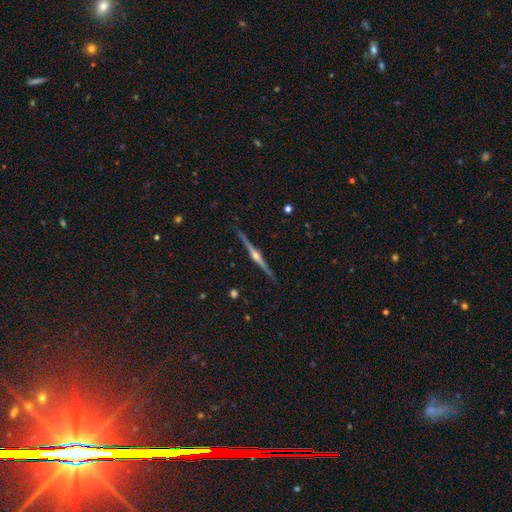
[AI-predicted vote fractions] This appears to be a featured or disk galaxy (87%) viewed edge-on (99%) with a rounded central bulge (92%). Merging: none (91%).